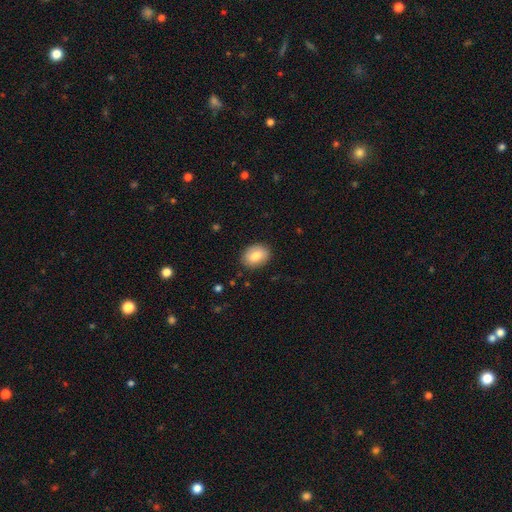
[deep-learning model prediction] smooth-or-featured: smooth: 80% | featured or disk: 13% | star or artifact: 7%
  how-rounded: in between: 70% | round: 29% | cigar-shaped: 1%
  merging: none: 87% | minor disturbance: 10% | major disturbance: 2% | merger: 1%